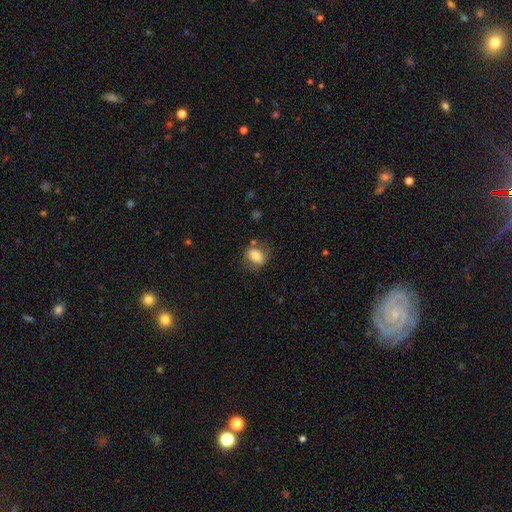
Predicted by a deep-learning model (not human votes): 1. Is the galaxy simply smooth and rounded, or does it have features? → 74% smooth, 17% featured or disk, 9% star or artifact.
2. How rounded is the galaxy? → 68% in between, 30% round, 2% cigar-shaped.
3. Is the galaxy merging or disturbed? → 70% none, 18% minor disturbance, 7% major disturbance, 5% merger.